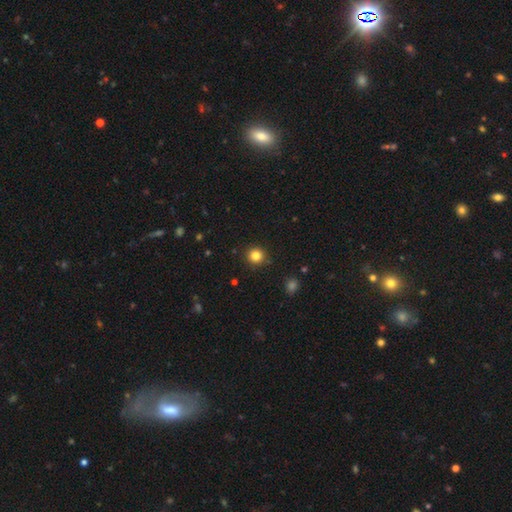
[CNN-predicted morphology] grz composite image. It shows a smooth galaxy with no disk features (83%) that is round (93%). Merging: none (91%).